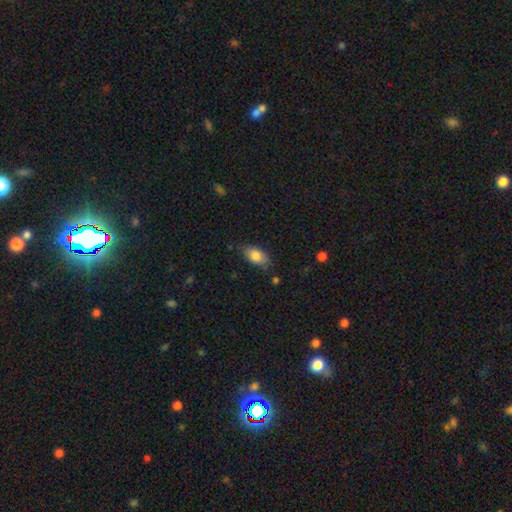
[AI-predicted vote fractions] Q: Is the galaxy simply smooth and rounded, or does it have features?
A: smooth — 83%.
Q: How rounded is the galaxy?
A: in between — 90%.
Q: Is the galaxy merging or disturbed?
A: none — 72%.